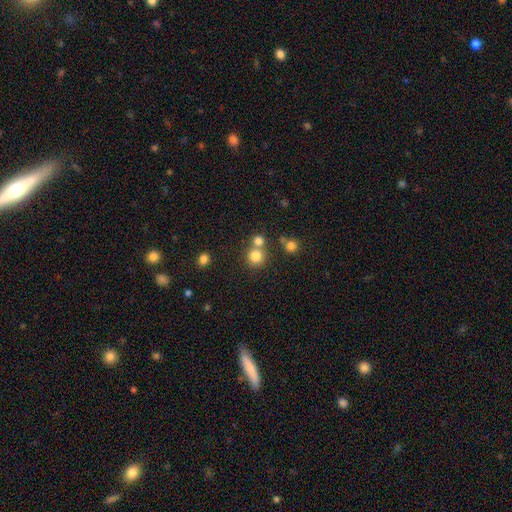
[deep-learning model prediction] Overall: smooth (79%). How rounded: round (92%). Merging: none (64%; merger 27%).